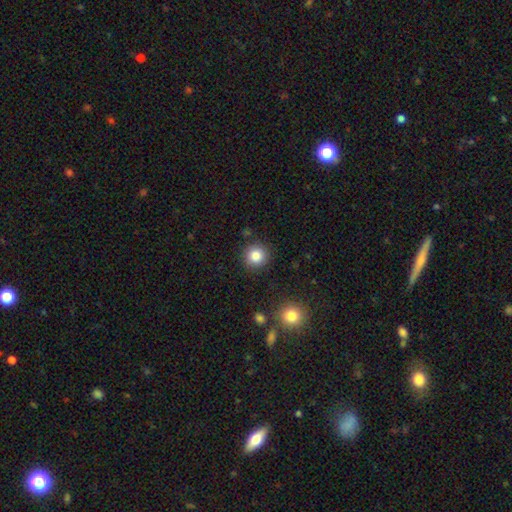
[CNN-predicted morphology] smooth 84%, star or artifact 11%, featured or disk 6%. Down the decision tree: how rounded — round (93%); merging — none (88%).